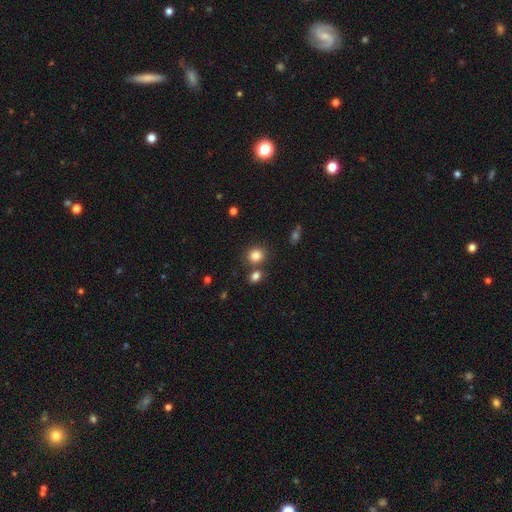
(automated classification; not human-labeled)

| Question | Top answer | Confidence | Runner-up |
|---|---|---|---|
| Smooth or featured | smooth | 83% | star or artifact (11%) |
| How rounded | round | 80% | in between (19%) |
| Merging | none | 73% | merger (16%) |